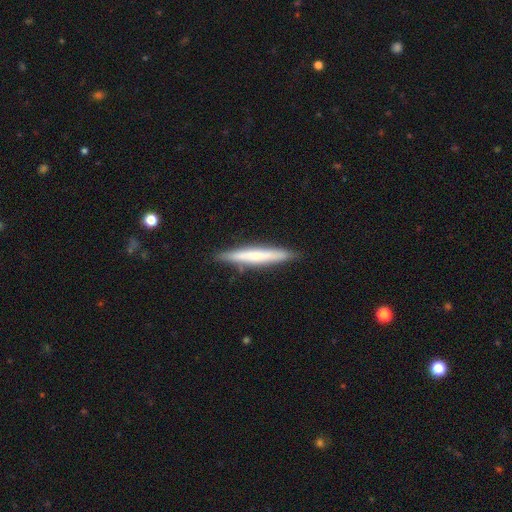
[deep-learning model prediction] Smooth or featured: smooth — 58% (featured or disk — 37%)
How rounded: cigar-shaped — 95% (in between — 4%)
Merging: none — 88% (minor disturbance — 9%)